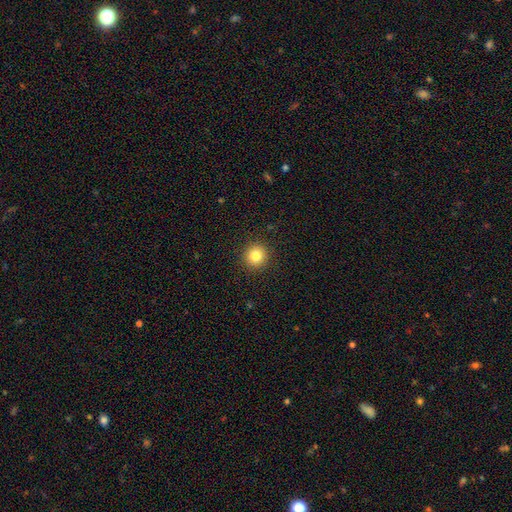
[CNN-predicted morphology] The model was most divided on "smooth or featured": smooth: 83%, star or artifact: 11%, featured or disk: 6%. More confident: how rounded — round (93%); merging — none (92%).